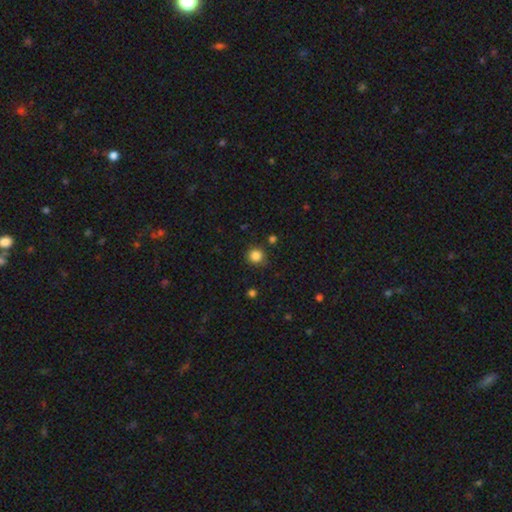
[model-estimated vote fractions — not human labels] Smooth or featured: smooth — 84% (star or artifact — 12%)
How rounded: round — 92% (in between — 7%)
Merging: none — 84% (minor disturbance — 10%)